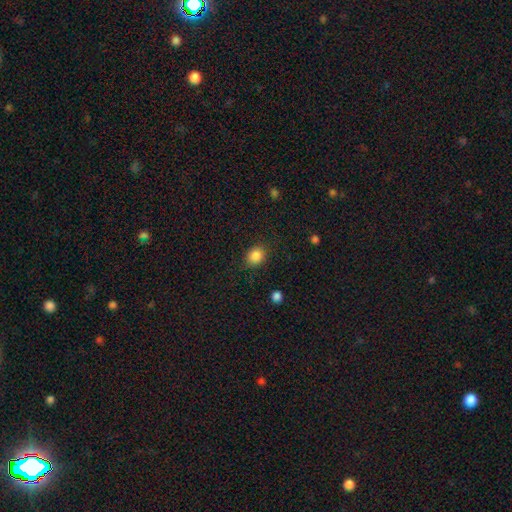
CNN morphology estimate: Smooth or featured?
  - smooth: 86% *
  - star or artifact: 9%
  - featured or disk: 4%
How rounded?
  - round: 57% *
  - in between: 42%
  - cigar-shaped: 1%
Merging?
  - none: 83% *
  - minor disturbance: 12%
  - major disturbance: 3%
  - merger: 1%